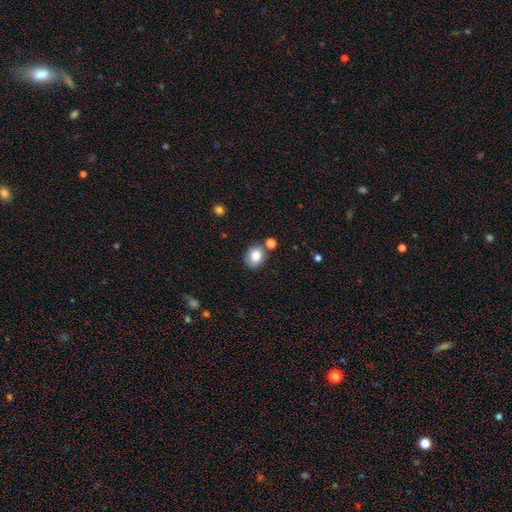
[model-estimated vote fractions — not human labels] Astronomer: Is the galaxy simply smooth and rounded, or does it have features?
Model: smooth — 82%.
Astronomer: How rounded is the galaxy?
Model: round — 51% (runner-up: in between, 48%).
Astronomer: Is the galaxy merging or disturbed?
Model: none — 72%.